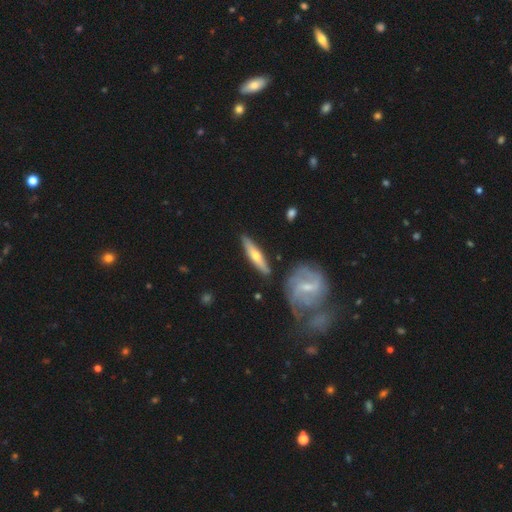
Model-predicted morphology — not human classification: Q: Smooth or featured?
A: featured or disk (62%); runner-up: smooth (33%)
Q: Edge-on disk?
A: yes (84%); runner-up: no (16%)
Q: Edge-on bulge?
A: rounded (89%); runner-up: none (8%)
Q: Merging?
A: none (83%); runner-up: minor disturbance (10%)